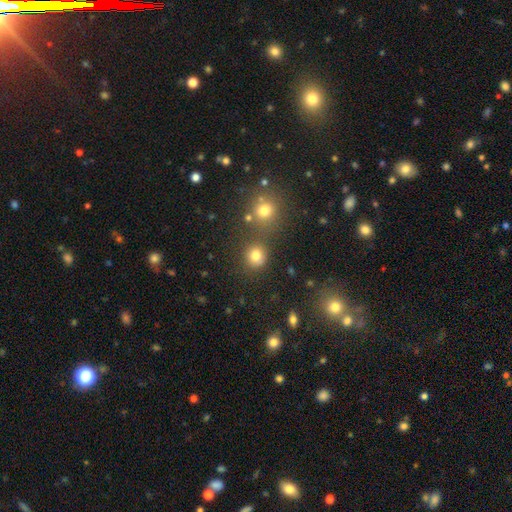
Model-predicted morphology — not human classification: Smooth or featured? Predicted: smooth (p=0.78). How rounded? Predicted: round (p=0.89). Merging? Predicted: none (p=0.76).